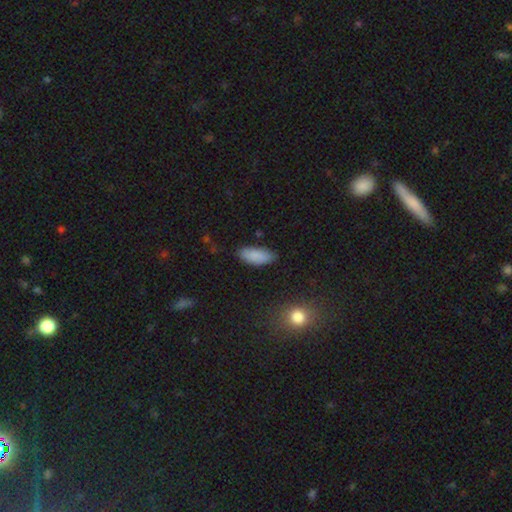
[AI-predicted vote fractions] Morphology: type=smooth (87%); roundness=in between (86%); merging=none (82%).